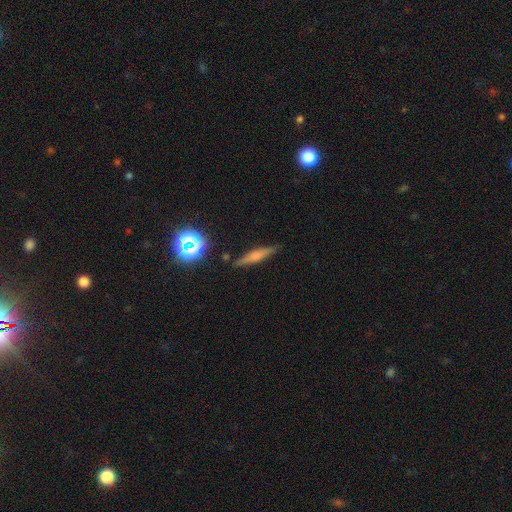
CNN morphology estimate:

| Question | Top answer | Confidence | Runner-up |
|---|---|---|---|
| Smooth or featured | smooth | 46% | featured or disk (42%) |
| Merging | none | 85% | minor disturbance (10%) |